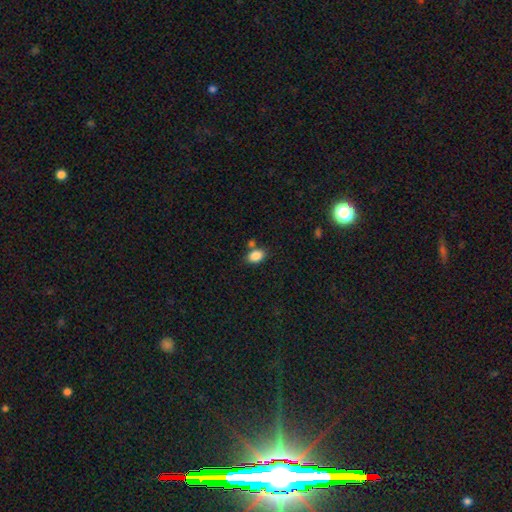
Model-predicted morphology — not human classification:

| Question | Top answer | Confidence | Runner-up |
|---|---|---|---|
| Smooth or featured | smooth | 86% | star or artifact (9%) |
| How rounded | in between | 84% | round (15%) |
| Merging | none | 68% | merger (15%) |